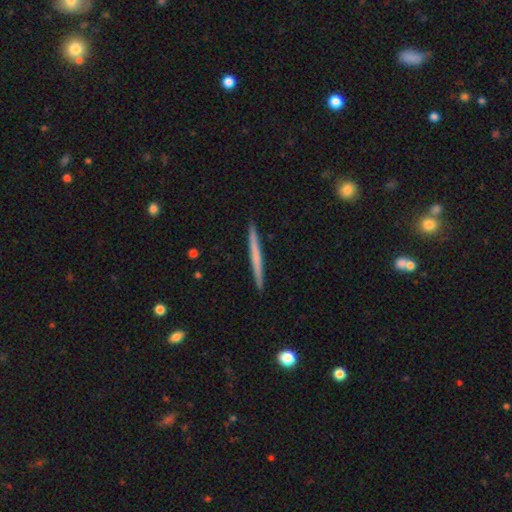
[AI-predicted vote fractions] A smooth galaxy with no disk features (50%). Merging: none (92%).